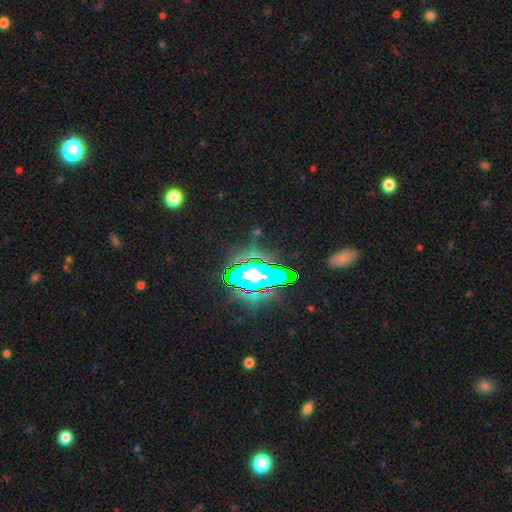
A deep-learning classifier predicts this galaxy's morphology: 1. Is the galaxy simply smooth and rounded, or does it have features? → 65% star or artifact, 20% featured or disk, 15% smooth.